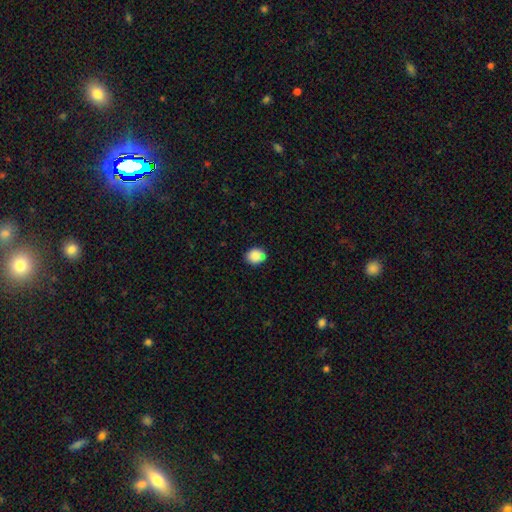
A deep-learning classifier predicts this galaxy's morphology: The model was most divided on "how rounded": in between: 50%, round: 49%, cigar-shaped: 1%. More confident: smooth or featured — smooth (88%); merging — none (83%).